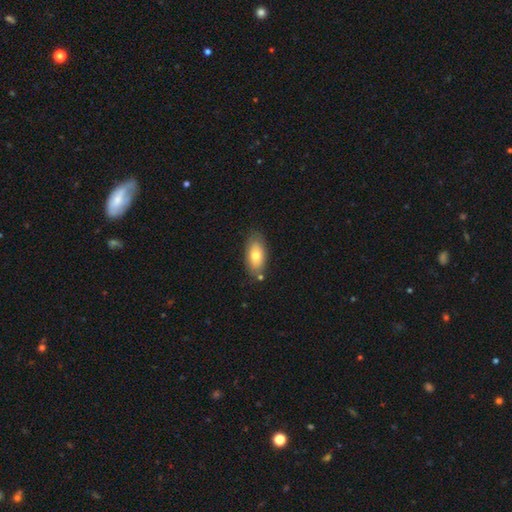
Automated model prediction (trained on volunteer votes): Smooth or featured? Predicted: smooth (p=0.72). How rounded? Predicted: in between (p=0.90). Merging? Predicted: none (p=0.77).